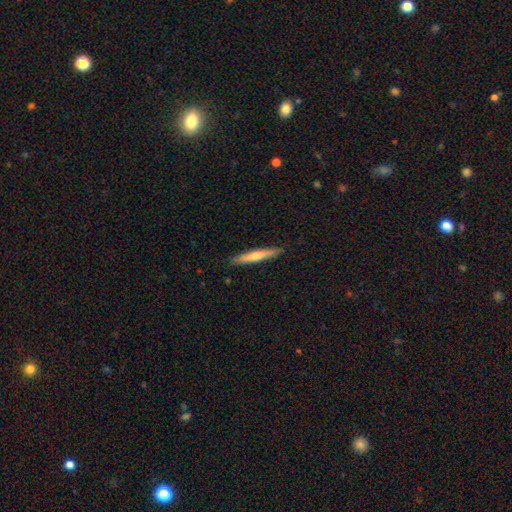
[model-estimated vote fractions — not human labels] Smooth or featured? Predicted: smooth (p=0.60). How rounded? Predicted: cigar-shaped (p=0.94). Merging? Predicted: none (p=0.89).